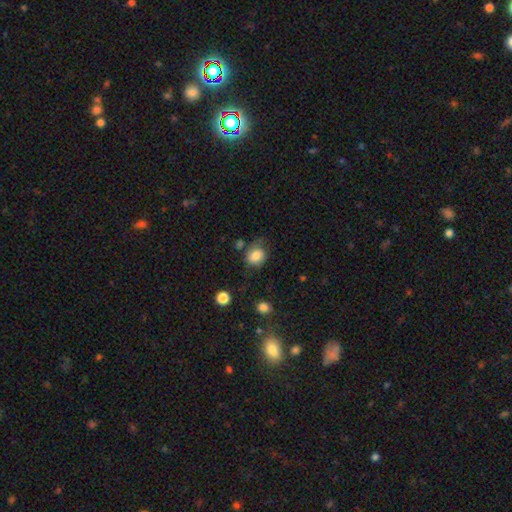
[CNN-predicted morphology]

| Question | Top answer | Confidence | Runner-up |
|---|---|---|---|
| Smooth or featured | smooth | 77% | featured or disk (13%) |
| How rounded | round | 54% | in between (45%) |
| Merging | none | 55% | minor disturbance (28%) |